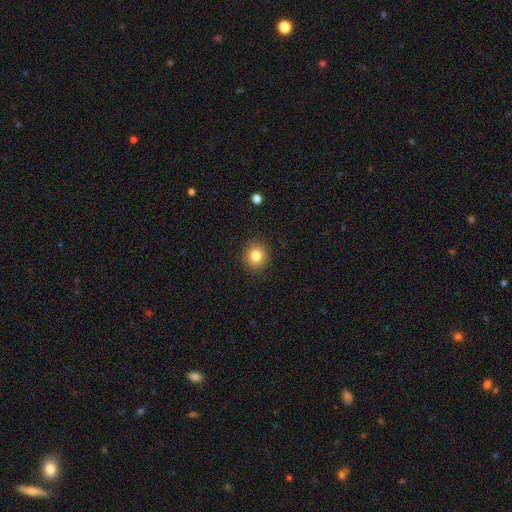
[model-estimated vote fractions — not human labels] The model was most divided on "smooth or featured": smooth: 82%, star or artifact: 11%, featured or disk: 7%. More confident: merging — none (90%); how rounded — round (87%).